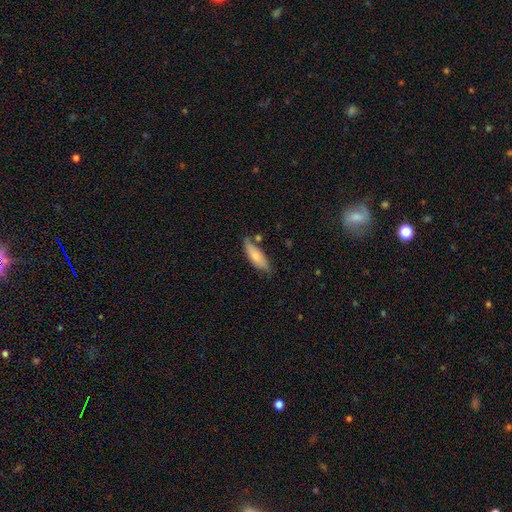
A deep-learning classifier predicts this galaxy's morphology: type=smooth (77%); roundness=in between (54%); merging=none (65%).